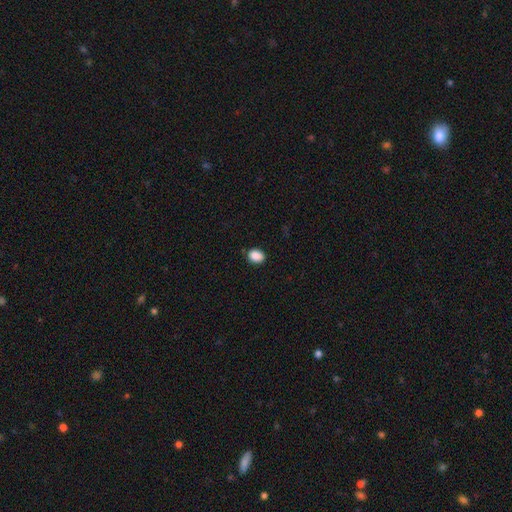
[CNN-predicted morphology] The model was most divided on "how rounded": in between: 62%, round: 37%, cigar-shaped: 1%. More confident: smooth or featured — smooth (89%); merging — none (85%).